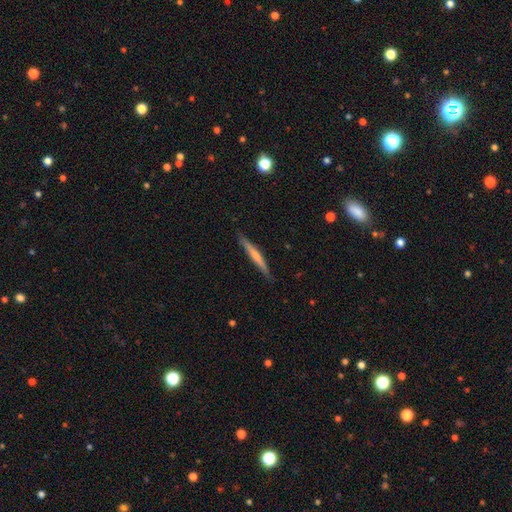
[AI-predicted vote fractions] Smooth or featured? Predicted: smooth (p=0.52). How rounded? Predicted: cigar-shaped (p=0.96). Merging? Predicted: none (p=0.87).